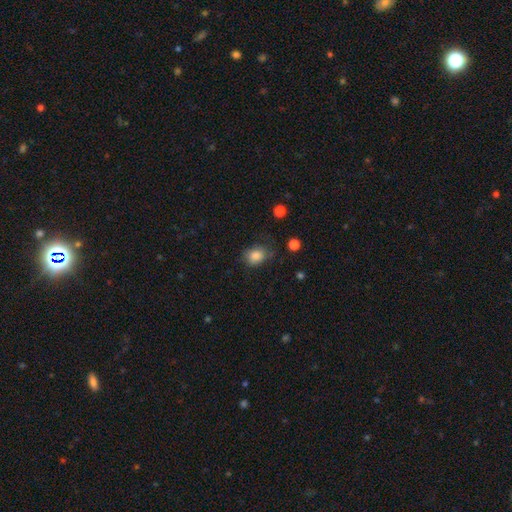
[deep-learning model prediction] smooth_or_featured: smooth (p=0.84) [alt: star or artifact p=0.10]
how_rounded: round (p=0.52) [alt: in between p=0.47]
merging: none (p=0.68) [alt: minor disturbance p=0.23]